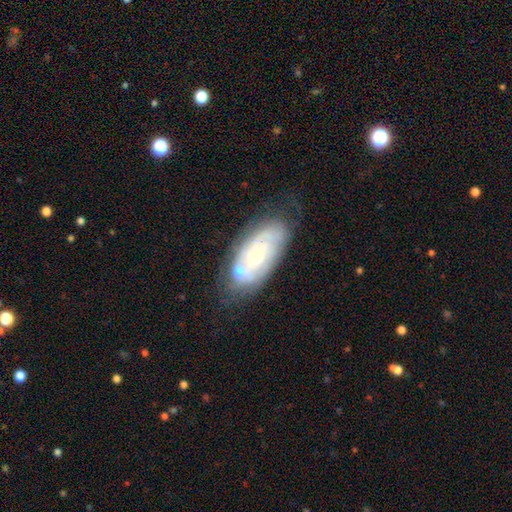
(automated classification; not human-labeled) A featured or disk galaxy (68%) with no bar (78%), tight (65%) spiral arms (79%) and a small central bulge (68%).

Vote fractions:
- Smooth or featured? featured or disk: 68% / smooth: 25% / star or artifact: 7%
- Edge-on disk? no: 93% / yes: 7%
- Bar? no: 78% / weak: 19% / strong: 4%
- Spiral arms? yes: 79% / no: 21%
- Spiral winding? tight: 65% / medium: 27% / loose: 8%
- Spiral arm count? can't tell: 51% / 2: 24% / 3: 12% / 4: 6% / 1: 4% / more than 4: 3%
- Bulge size? small: 68% / moderate: 25% / none: 3% / large: 2% / dominant: 1%
- Merging? none: 59% / minor disturbance: 22% / merger: 11% / major disturbance: 8%